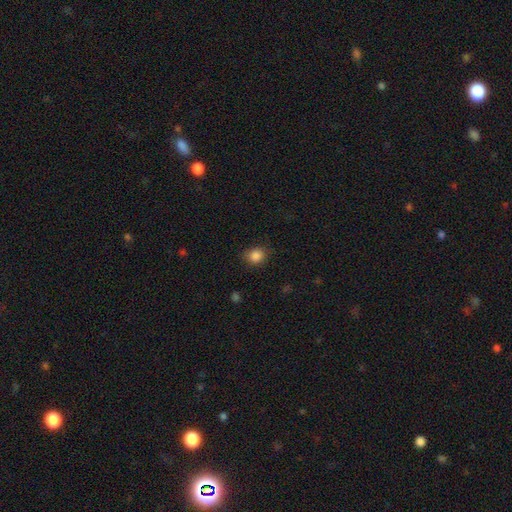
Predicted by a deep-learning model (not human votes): Overall: smooth (86%). How rounded: round (72%). Merging: none (83%).